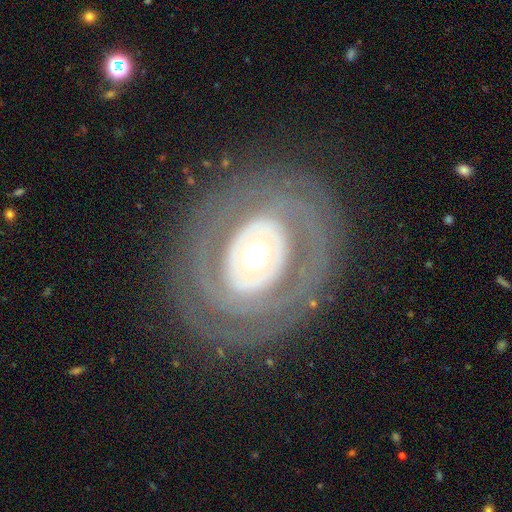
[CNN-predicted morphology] A featured or disk galaxy (77%) with no bar (80%), no spiral arms (50%, tied with yes) and a moderate central bulge (60%).

Vote fractions:
- Smooth or featured? featured or disk: 77% / smooth: 17% / star or artifact: 6%
- Edge-on disk? no: 96% / yes: 4%
- Bar? no: 80% / weak: 13% / strong: 7%
- Spiral arms? no: 50% (tied) / yes: 50% (tied)
- Bulge size? moderate: 60% / large: 28% / small: 8% / dominant: 3% / none: 1%
- Merging? none: 79% / minor disturbance: 12% / major disturbance: 8% / merger: 1%